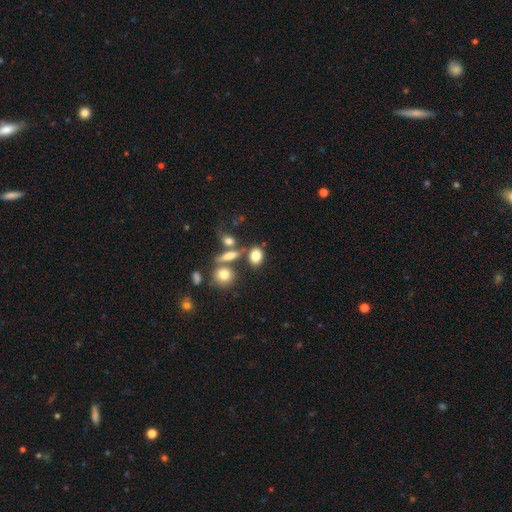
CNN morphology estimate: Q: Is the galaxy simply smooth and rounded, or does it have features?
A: smooth — 80%.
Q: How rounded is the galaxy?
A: in between — 64%.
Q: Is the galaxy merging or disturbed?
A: none — 61%.